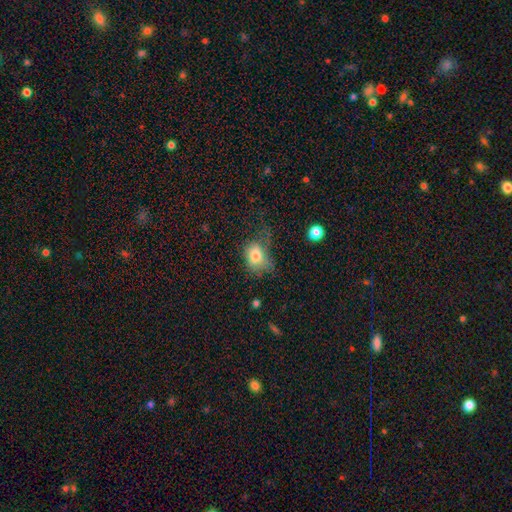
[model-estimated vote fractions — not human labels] Q: Smooth or featured?
A: smooth (77%); runner-up: featured or disk (13%)
Q: How rounded?
A: in between (61%); runner-up: round (38%)
Q: Merging?
A: none (39%); runner-up: major disturbance (30%)